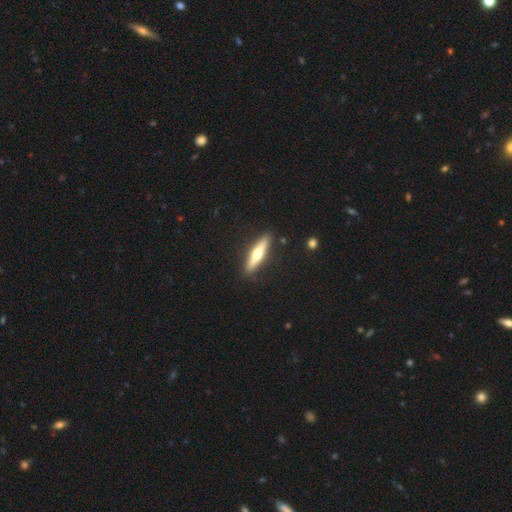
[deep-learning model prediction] Morphology: type=featured or disk (54%); edge-on=yes (94%); edge-on bulge=rounded (92%); merging=none (90%).